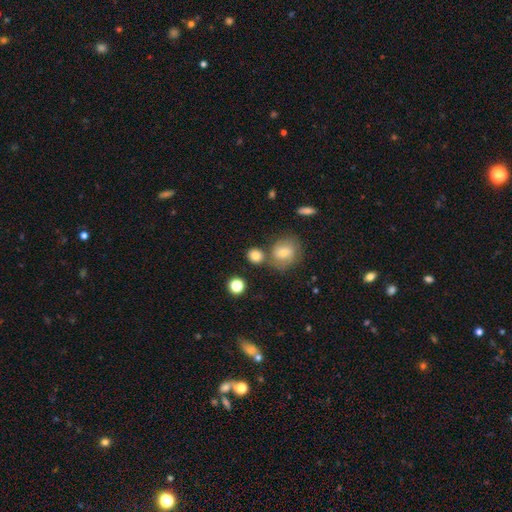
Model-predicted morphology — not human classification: smooth_or_featured: smooth (p=0.80) [alt: featured or disk p=0.11]
how_rounded: round (p=0.80) [alt: in between p=0.19]
merging: none (p=0.64) [alt: merger p=0.21]